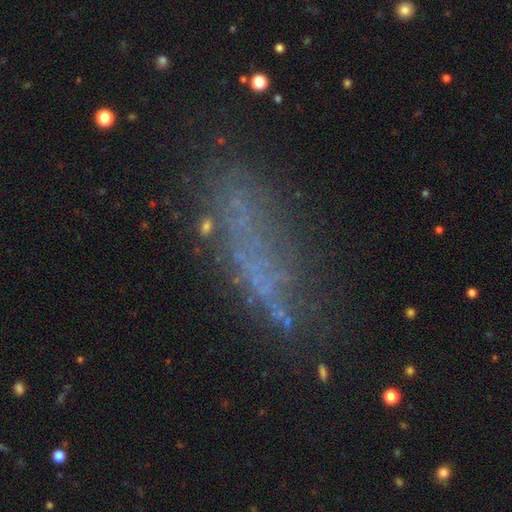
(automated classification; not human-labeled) This appears to be a smooth galaxy with no disk features (40%). Merging: none (59%).